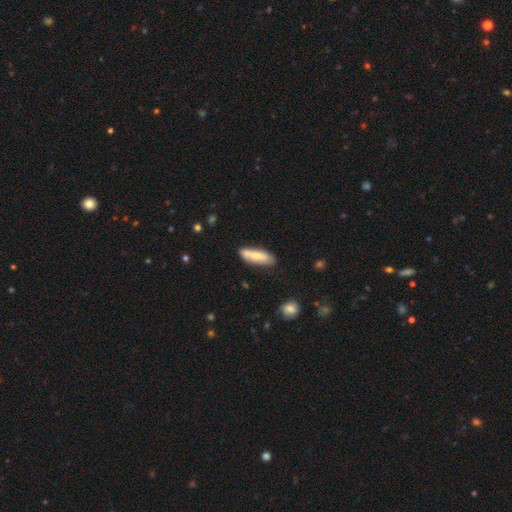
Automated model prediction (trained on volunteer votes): A smooth galaxy with no disk features (66%) that is cigar-shaped (55%).

Vote fractions:
- Smooth or featured? smooth: 66% / featured or disk: 28% / star or artifact: 6%
- How rounded? cigar-shaped: 55% / in between: 43% / round: 2%
- Merging? none: 69% / minor disturbance: 19% / merger: 8% / major disturbance: 4%